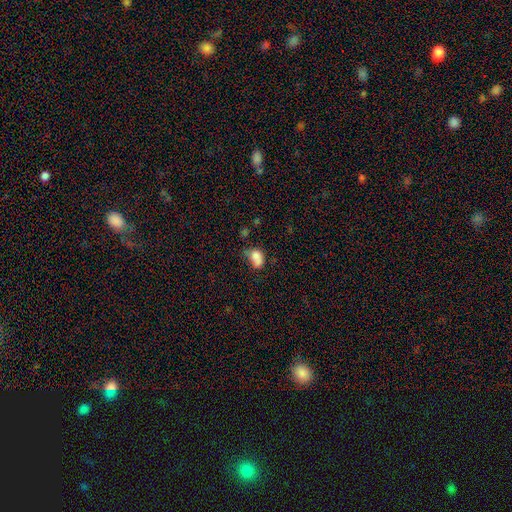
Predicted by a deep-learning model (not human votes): Smooth or featured?
  - smooth: 77% *
  - featured or disk: 12%
  - star or artifact: 11%
How rounded?
  - in between: 74% *
  - round: 25%
  - cigar-shaped: 2%
Merging?
  - minor disturbance: 32% * (tied)
  - none: 32% * (tied)
  - major disturbance: 20%
  - merger: 17%